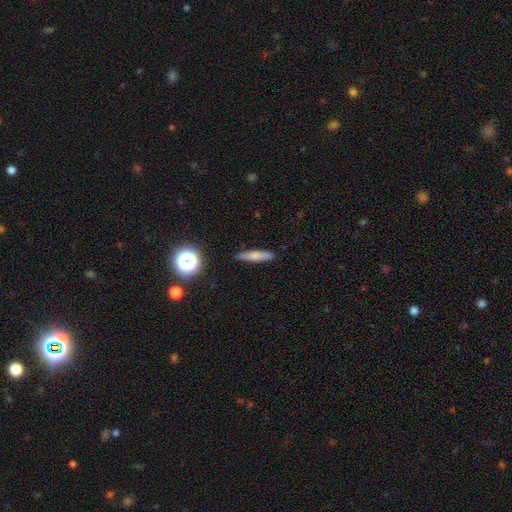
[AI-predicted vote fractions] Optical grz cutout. It shows a smooth galaxy with no disk features (70%) that is cigar-shaped (85%). Merging: none (86%).